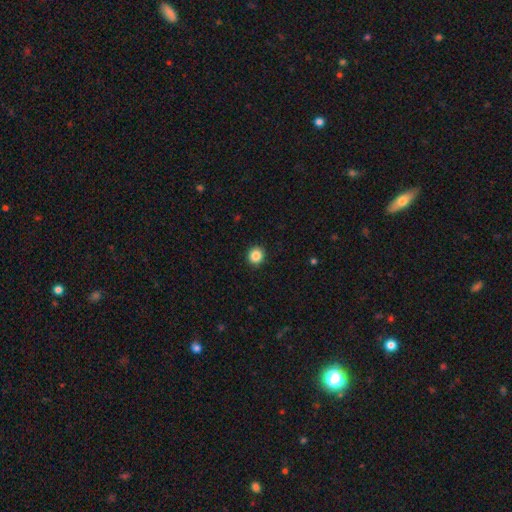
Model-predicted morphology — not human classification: The model was most divided on "smooth or featured": smooth: 86%, star or artifact: 10%, featured or disk: 4%. More confident: merging — none (92%); how rounded — round (90%).